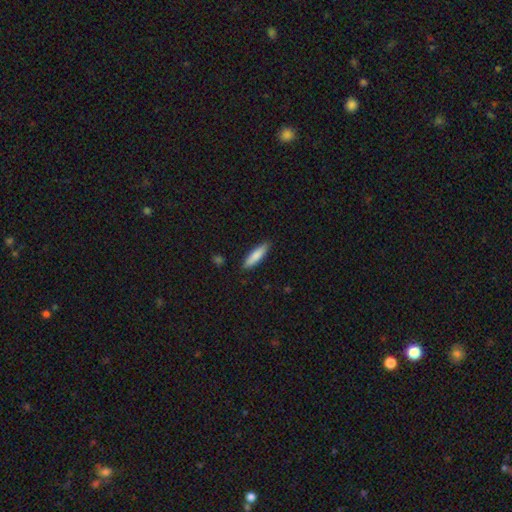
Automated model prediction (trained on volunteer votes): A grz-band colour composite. It shows a smooth galaxy with no disk features (81%) that is cigar-shaped (73%). Merging: none (88%).